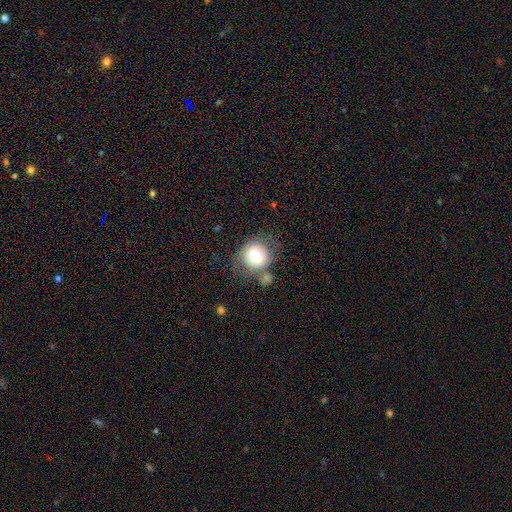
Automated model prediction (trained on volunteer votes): smooth_or_featured: smooth (p=0.68) [alt: featured or disk p=0.22]
how_rounded: round (p=0.83) [alt: in between p=0.16]
merging: none (p=0.56) [alt: minor disturbance p=0.17]